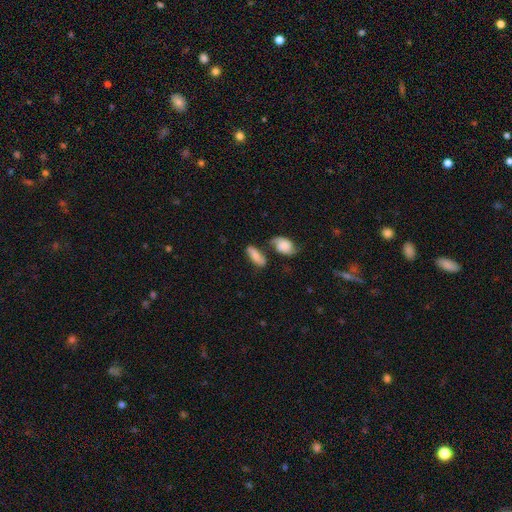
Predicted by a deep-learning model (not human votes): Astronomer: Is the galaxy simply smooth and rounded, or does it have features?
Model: smooth — 64%.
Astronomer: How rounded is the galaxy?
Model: in between — 79%.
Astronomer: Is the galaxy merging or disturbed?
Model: none — 45% (runner-up: merger, 26%).